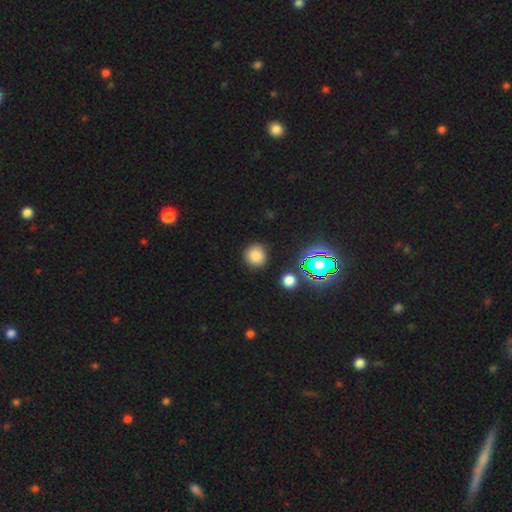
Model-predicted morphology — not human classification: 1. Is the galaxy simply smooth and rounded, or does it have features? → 78% smooth, 16% star or artifact, 6% featured or disk.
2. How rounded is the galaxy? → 90% round, 9% in between, 1% cigar-shaped.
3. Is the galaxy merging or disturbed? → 87% none, 8% minor disturbance, 2% major disturbance, 2% merger.